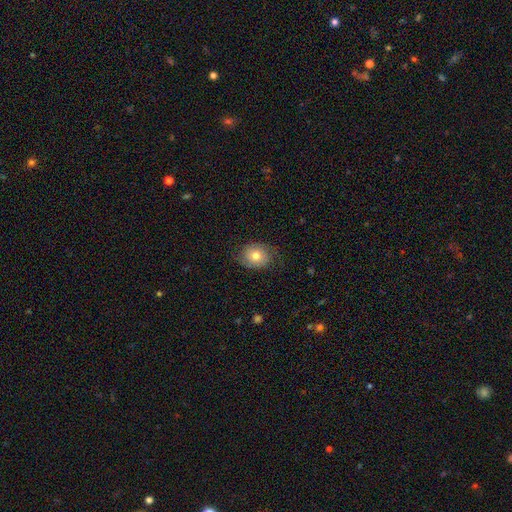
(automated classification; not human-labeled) Overall: smooth (52%; featured or disk 40%). How rounded: round (56%; in between 43%). Merging: none (69%).